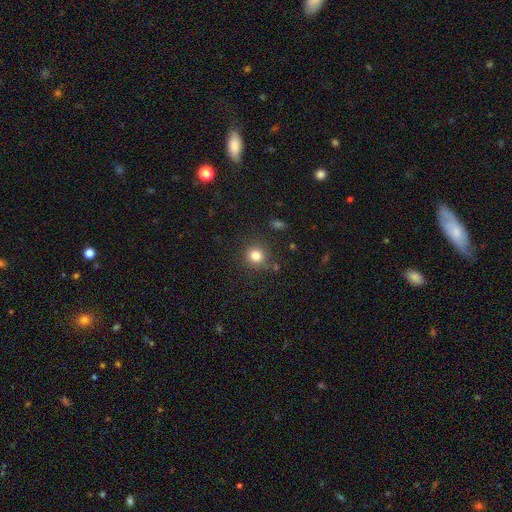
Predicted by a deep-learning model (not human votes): smooth_or_featured: smooth (p=0.82) [alt: star or artifact p=0.12]
how_rounded: round (p=0.91) [alt: in between p=0.08]
merging: none (p=0.85) [alt: minor disturbance p=0.09]